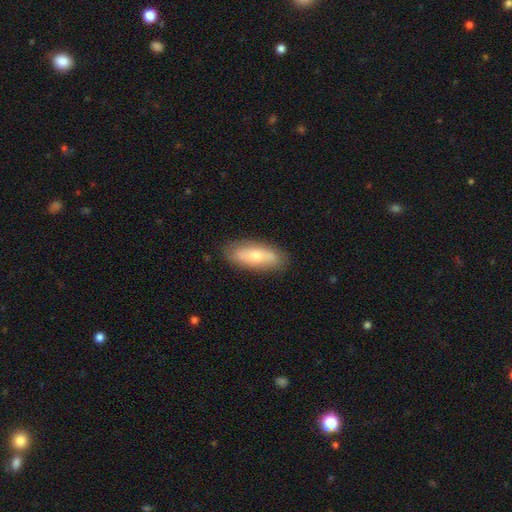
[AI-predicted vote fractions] A smooth galaxy with no disk features (63%) that is in between round and cigar-shaped (65%). Merging: none (83%).